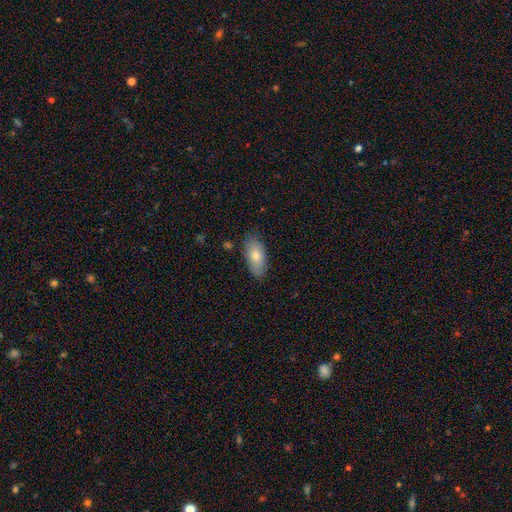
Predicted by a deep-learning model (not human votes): This appears to be a smooth galaxy with no disk features (73%) that is in between round and cigar-shaped (89%). Merging: none (84%).